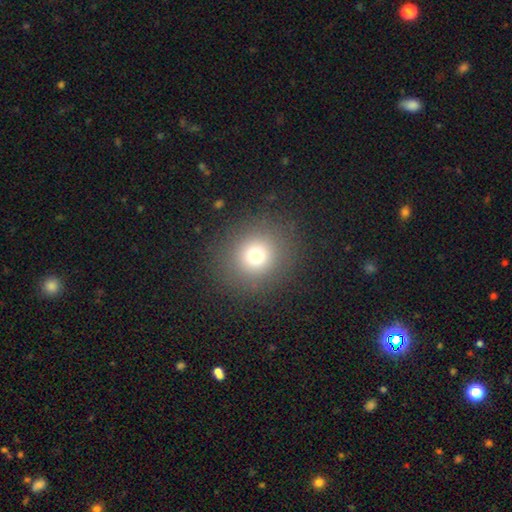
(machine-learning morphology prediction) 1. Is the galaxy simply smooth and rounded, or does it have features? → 72% smooth, 19% star or artifact, 10% featured or disk.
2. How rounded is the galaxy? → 90% round, 9% in between, 1% cigar-shaped.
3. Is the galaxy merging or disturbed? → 88% none, 7% minor disturbance, 5% major disturbance, 1% merger.